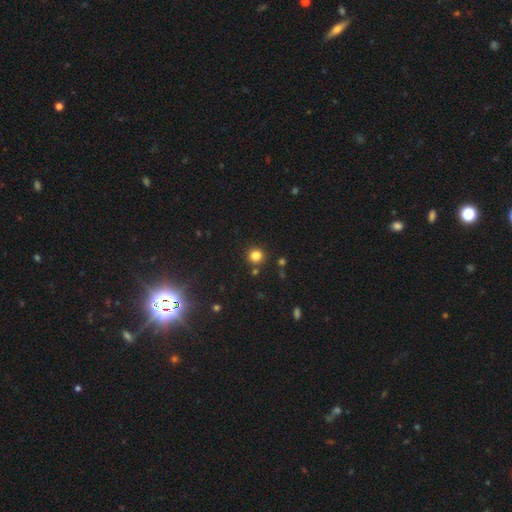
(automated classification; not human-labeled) This is clearly a smooth galaxy (81%). How rounded: clearly round (92%). Merging: clearly none (86%).